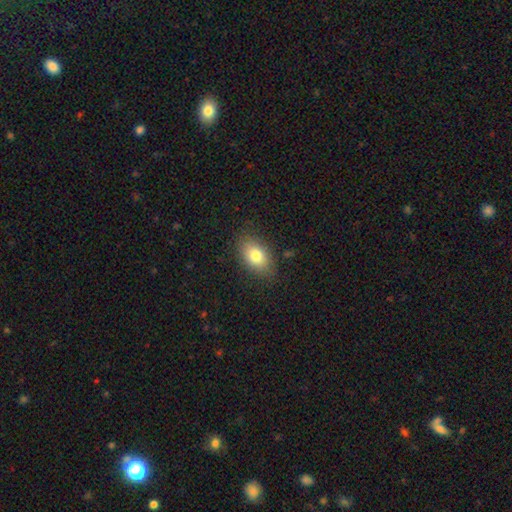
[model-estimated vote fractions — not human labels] A smooth galaxy with no disk features (79%) that is in between round and cigar-shaped (85%).

Vote fractions:
- Smooth or featured? smooth: 79% / featured or disk: 12% / star or artifact: 9%
- How rounded? in between: 85% / round: 14% / cigar-shaped: 2%
- Merging? none: 84% / minor disturbance: 12% / major disturbance: 3% / merger: 1%